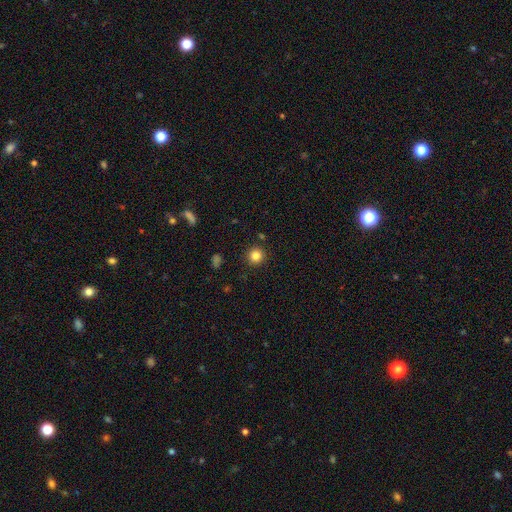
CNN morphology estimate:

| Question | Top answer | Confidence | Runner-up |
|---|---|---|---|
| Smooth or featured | smooth | 83% | star or artifact (12%) |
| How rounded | round | 94% | in between (5%) |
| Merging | none | 90% | minor disturbance (6%) |